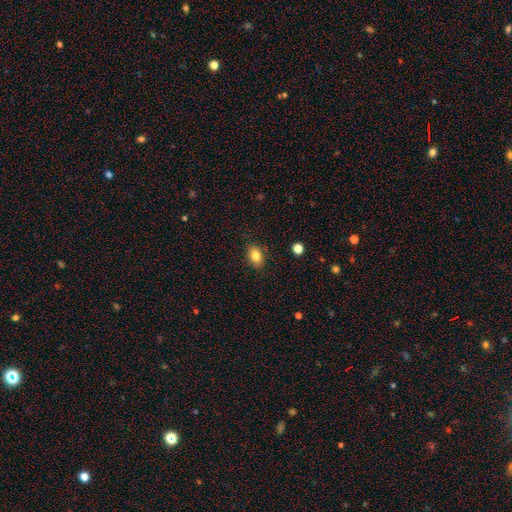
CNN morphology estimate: This is clearly a smooth galaxy (84%). How rounded: likely in between (80%). Merging: clearly none (85%).